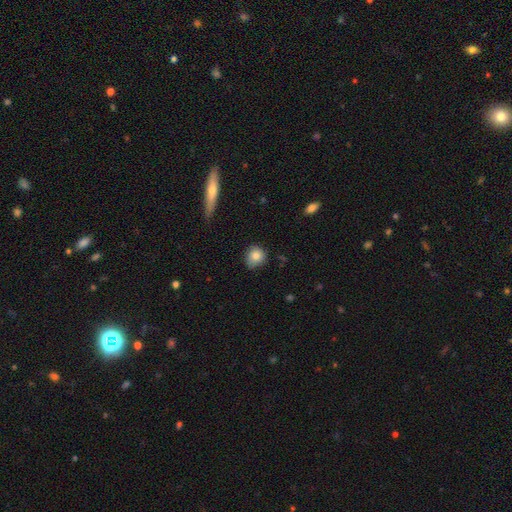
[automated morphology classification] Smooth or featured? Predicted: smooth (p=0.82). How rounded? Predicted: round (p=0.84). Merging? Predicted: none (p=0.75).